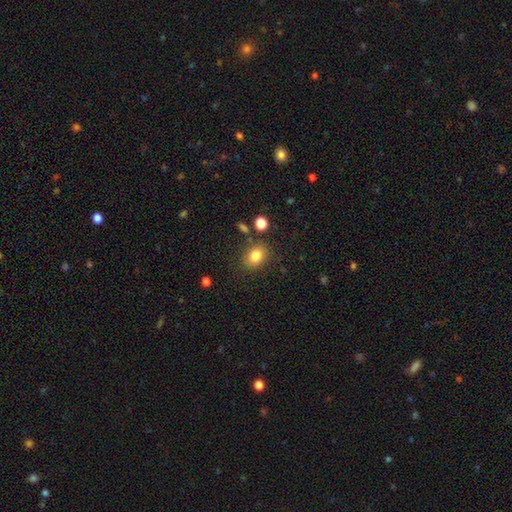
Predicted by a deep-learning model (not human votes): Overall: smooth (81%). How rounded: in between (60%; round 39%). Merging: none (79%).